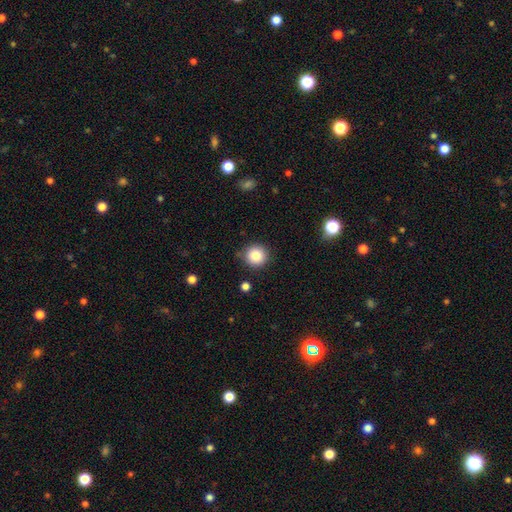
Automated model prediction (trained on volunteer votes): Smooth or featured? Predicted: smooth (p=0.83). How rounded? Predicted: round (p=0.93). Merging? Predicted: none (p=0.84).